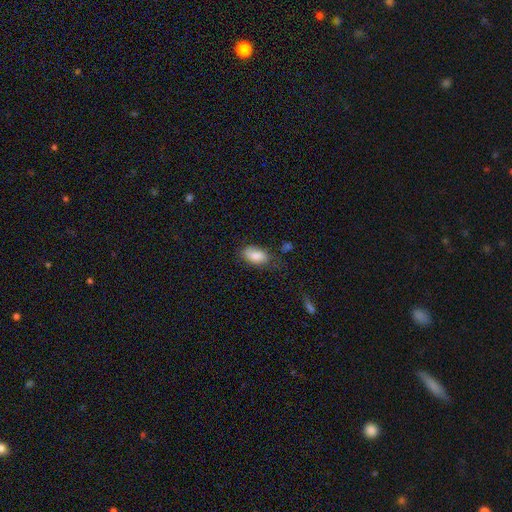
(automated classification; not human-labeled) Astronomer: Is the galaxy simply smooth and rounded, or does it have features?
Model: smooth — 85%.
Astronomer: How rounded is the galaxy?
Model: in between — 92%.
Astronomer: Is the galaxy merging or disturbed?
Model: none — 59%.